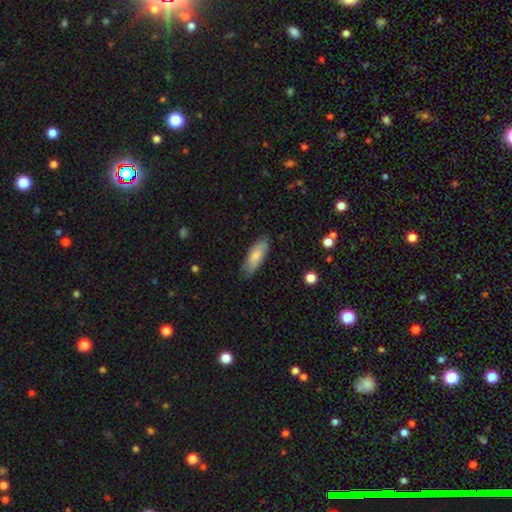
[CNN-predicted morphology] Smooth or featured?
  - smooth: 75% *
  - featured or disk: 19%
  - star or artifact: 6%
How rounded?
  - in between: 66% *
  - cigar-shaped: 32%
  - round: 2%
Merging?
  - none: 77% *
  - minor disturbance: 18%
  - major disturbance: 3%
  - merger: 1%